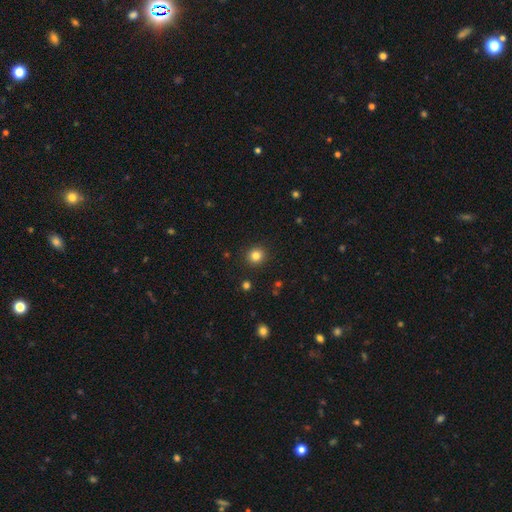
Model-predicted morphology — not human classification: This appears to be a smooth galaxy with no disk features (82%) that is round (92%). Merging: none (92%).